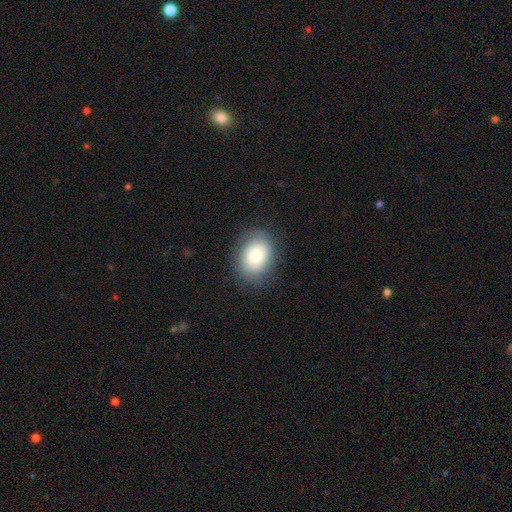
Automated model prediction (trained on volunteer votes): Smooth or featured? Predicted: smooth (p=0.75). How rounded? Predicted: in between (p=0.65). Merging? Predicted: none (p=0.81).